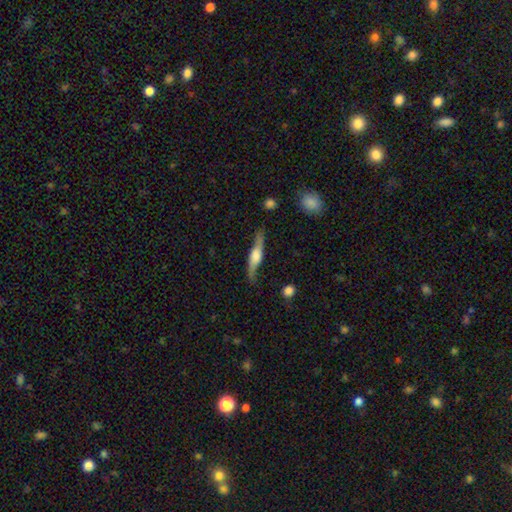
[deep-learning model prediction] Smooth or featured: featured or disk — 64% (smooth — 30%)
Edge-on disk: yes — 82% (no — 18%)
Edge-on bulge: rounded — 74% (boxy — 19%)
Merging: none — 76% (minor disturbance — 17%)